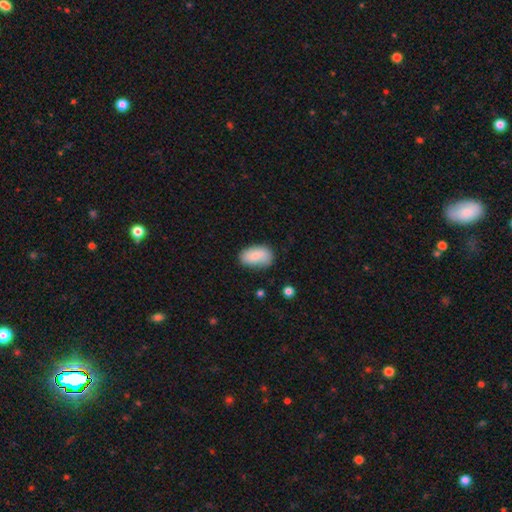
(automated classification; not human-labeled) A smooth galaxy with no disk features (81%) that is in between round and cigar-shaped (92%).

Vote fractions:
- Smooth or featured? smooth: 81% / featured or disk: 12% / star or artifact: 7%
- How rounded? in between: 92% / round: 7% / cigar-shaped: 2%
- Merging? none: 71% / minor disturbance: 22% / major disturbance: 5% / merger: 2%